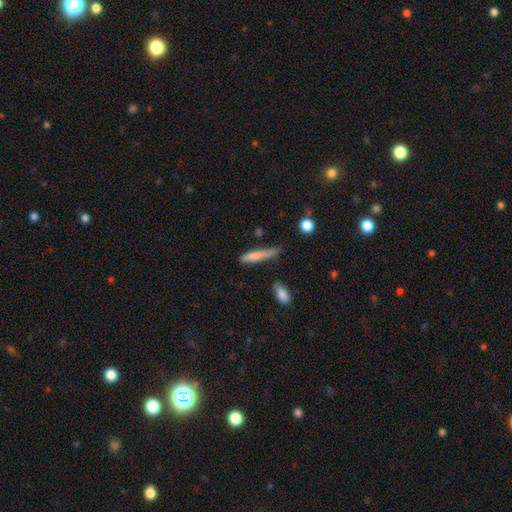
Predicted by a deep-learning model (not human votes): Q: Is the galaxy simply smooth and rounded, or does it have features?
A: smooth — 78%.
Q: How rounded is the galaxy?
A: cigar-shaped — 85%.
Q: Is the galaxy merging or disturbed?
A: none — 52%.